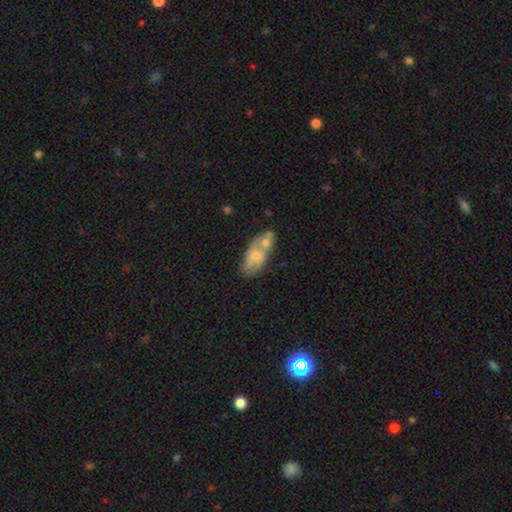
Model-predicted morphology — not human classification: A smooth galaxy with no disk features (50%) that is in between round and cigar-shaped (87%).

Vote fractions:
- Smooth or featured? smooth: 50% / featured or disk: 43% / star or artifact: 7%
- How rounded? in between: 87% / cigar-shaped: 8% / round: 6%
- Merging? merger: 50% / none: 27% / minor disturbance: 15% / major disturbance: 8%